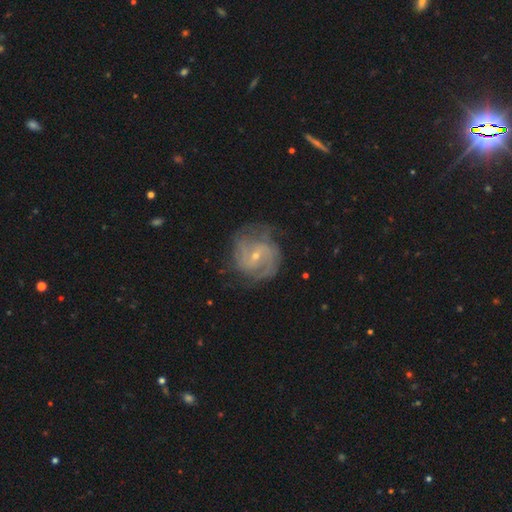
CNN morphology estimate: smooth-or-featured: featured or disk: 84% | smooth: 10% | star or artifact: 6%
  disk-edge-on: no: 98% | yes: 2%
    bar: weak: 49% | no: 37% | strong: 14%
    has-spiral-arms: yes: 94% | no: 6%
      spiral-winding: medium: 44% | tight: 42% | loose: 14%
      spiral-arm-count: 2: 53% | can't tell: 22% | 3: 13% | 4: 5% | 1: 4% | more than 4: 4%
    bulge-size: small: 69% | moderate: 27% | none: 1% | large: 1% | dominant: 1%
  merging: none: 70% | minor disturbance: 19% | major disturbance: 10% | merger: 1%